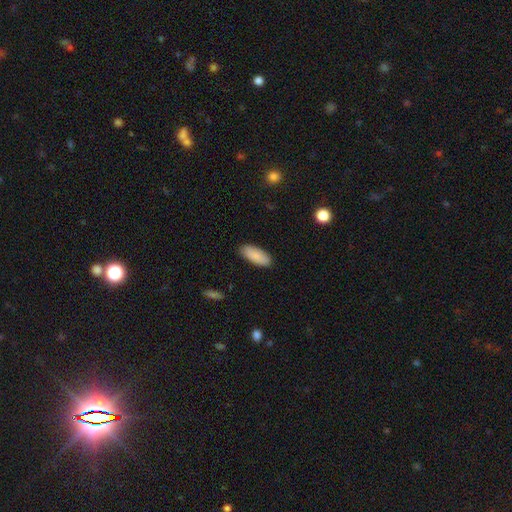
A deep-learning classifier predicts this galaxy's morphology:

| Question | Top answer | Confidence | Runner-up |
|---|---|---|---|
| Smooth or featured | smooth | 89% | star or artifact (6%) |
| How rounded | in between | 79% | cigar-shaped (19%) |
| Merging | none | 88% | minor disturbance (9%) |